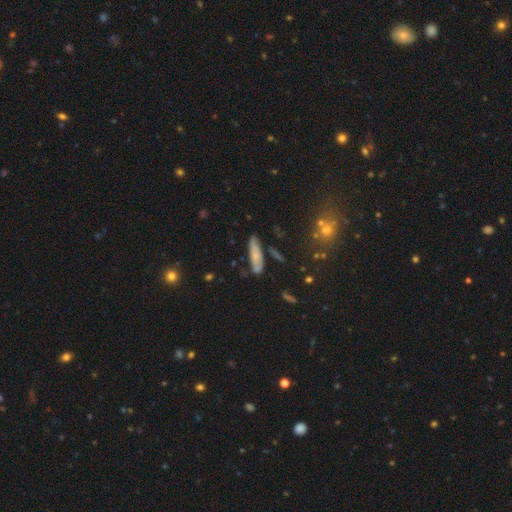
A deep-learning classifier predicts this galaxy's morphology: Q: Smooth or featured?
A: smooth (65%); runner-up: featured or disk (27%)
Q: How rounded?
A: cigar-shaped (68%); runner-up: in between (29%)
Q: Merging?
A: none (73%); runner-up: minor disturbance (18%)